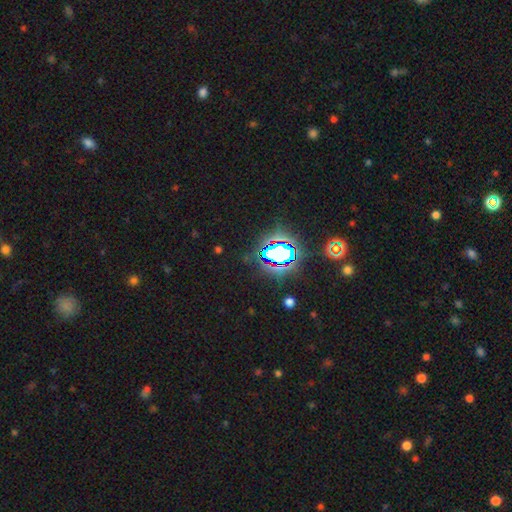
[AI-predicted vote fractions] Smooth or featured?
  - star or artifact: 79% *
  - smooth: 13%
  - featured or disk: 8%